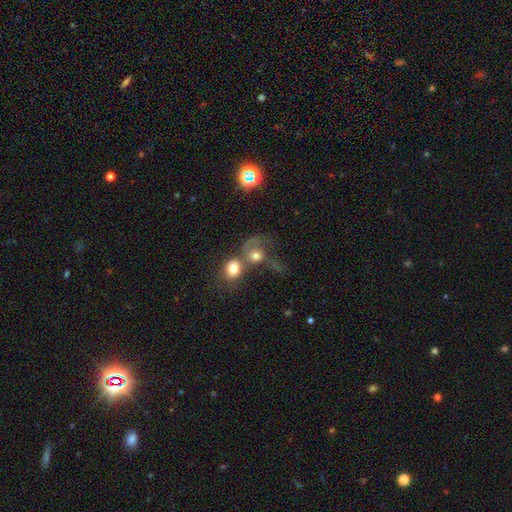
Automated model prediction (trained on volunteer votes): The model was most divided on "how rounded": round: 65%, in between: 33%, cigar-shaped: 1%. More confident: smooth or featured — smooth (65%); merging — merger (58%).